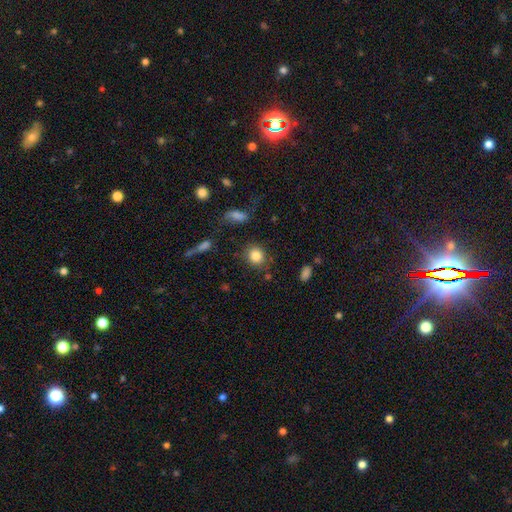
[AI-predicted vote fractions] This is clearly a smooth galaxy (84%). How rounded: likely round (79%). Merging: clearly none (82%).